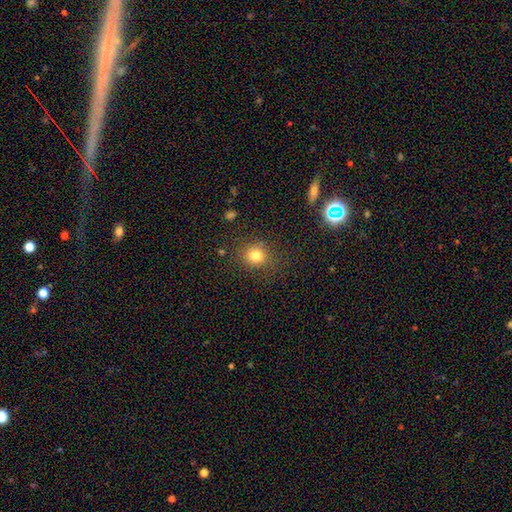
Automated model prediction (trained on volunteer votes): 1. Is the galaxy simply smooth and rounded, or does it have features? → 79% smooth, 14% star or artifact, 7% featured or disk.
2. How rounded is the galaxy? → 83% round, 17% in between, 1% cigar-shaped.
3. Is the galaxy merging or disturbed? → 81% none, 12% minor disturbance, 5% major disturbance, 2% merger.